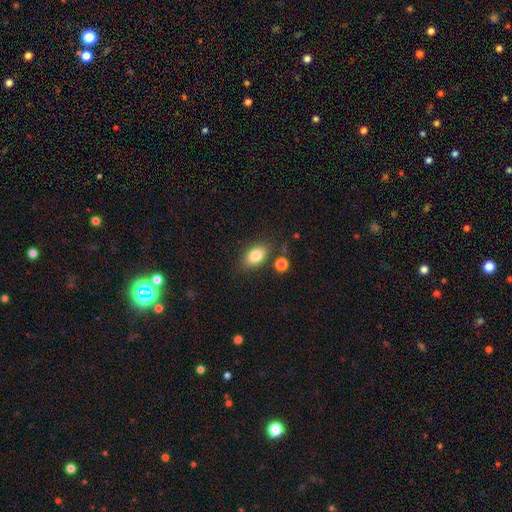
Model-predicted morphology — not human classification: A smooth galaxy with no disk features (82%) that is in between round and cigar-shaped (85%). Merging: none (78%).